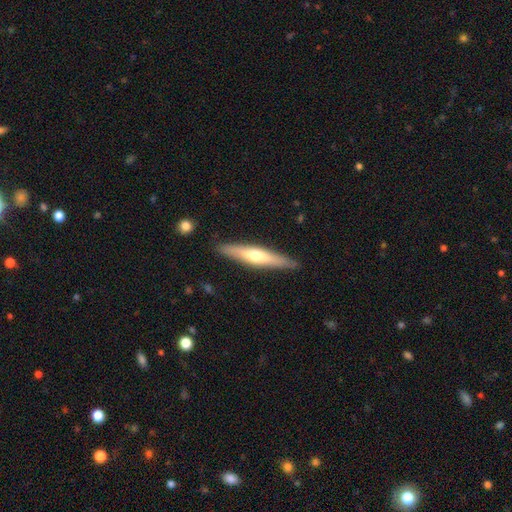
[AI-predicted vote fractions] A featured or disk galaxy (53%) viewed edge-on (93%).

Vote fractions:
- Smooth or featured? featured or disk: 53% / smooth: 41% / star or artifact: 5%
- Edge-on disk? yes: 93% / no: 7%
- Merging? none: 88% / minor disturbance: 9% / major disturbance: 2% / merger: 1%